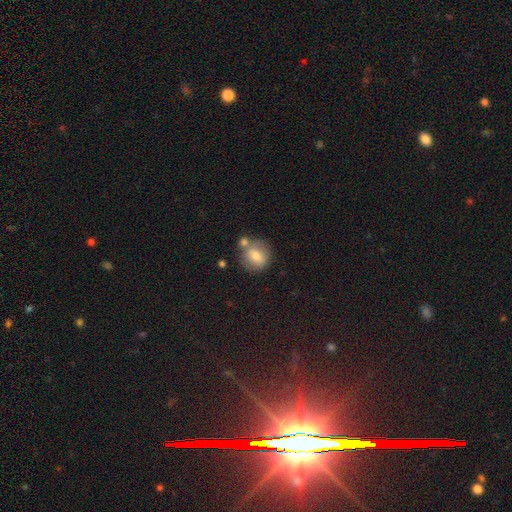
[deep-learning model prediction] The model was most divided on "merging": none: 62%, merger: 21%, minor disturbance: 13%, major disturbance: 4%. More confident: how rounded — round (84%); smooth or featured — smooth (73%).